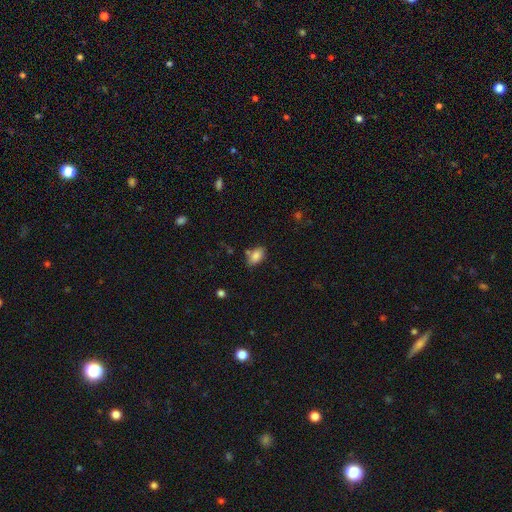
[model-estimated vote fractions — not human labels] Smooth or featured? smooth (85%)
How rounded? in between (91%)
Merging? none (70%)